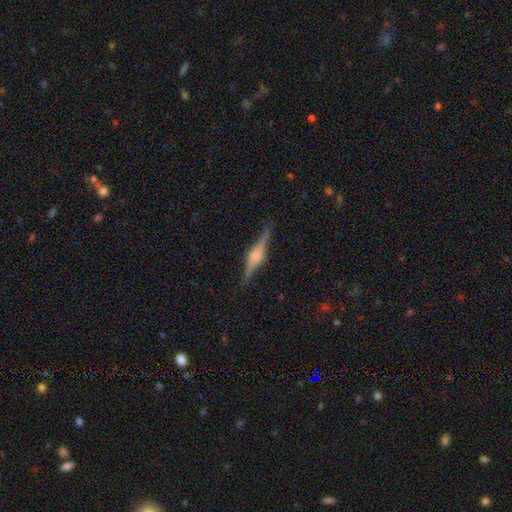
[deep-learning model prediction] smooth-or-featured: featured or disk: 80% | smooth: 13% | star or artifact: 7%
  disk-edge-on: yes: 97% | no: 3%
    edge-on-bulge: rounded: 78% | boxy: 19% | none: 3%
  merging: none: 86% | minor disturbance: 10% | major disturbance: 2% | merger: 1%